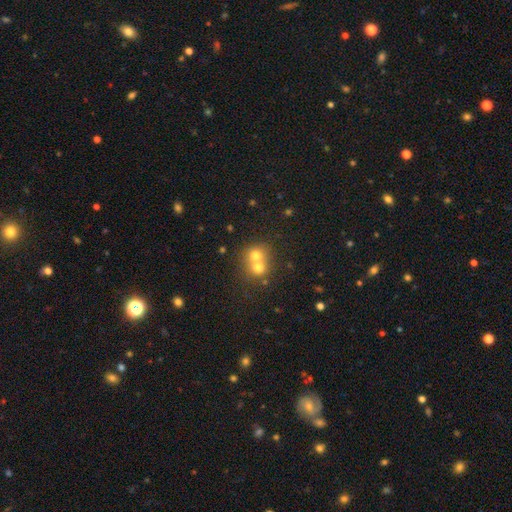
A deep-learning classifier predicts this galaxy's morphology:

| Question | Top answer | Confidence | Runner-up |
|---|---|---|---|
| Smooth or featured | smooth | 69% | featured or disk (19%) |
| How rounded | round | 79% | in between (20%) |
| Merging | merger | 66% | none (28%) |